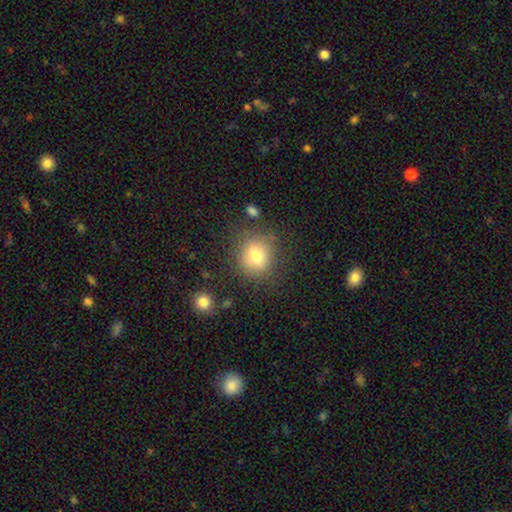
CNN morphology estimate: Smooth or featured? Predicted: smooth (p=0.77). How rounded? Predicted: round (p=0.79). Merging? Predicted: none (p=0.76).